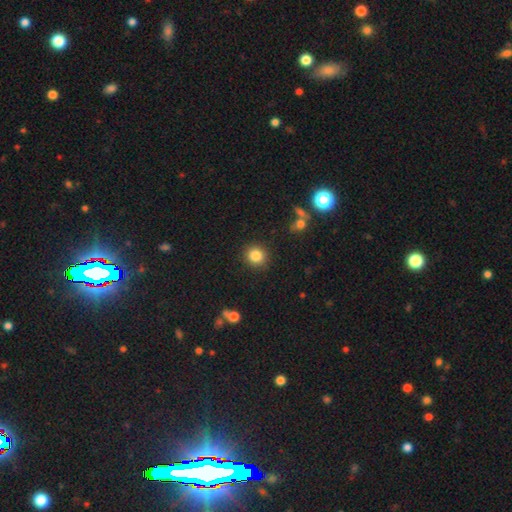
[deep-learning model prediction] smooth-or-featured: smooth: 84% | star or artifact: 11% | featured or disk: 5%
  how-rounded: round: 89% | in between: 10% | cigar-shaped: 1%
  merging: none: 90% | minor disturbance: 6% | major disturbance: 2% | merger: 2%